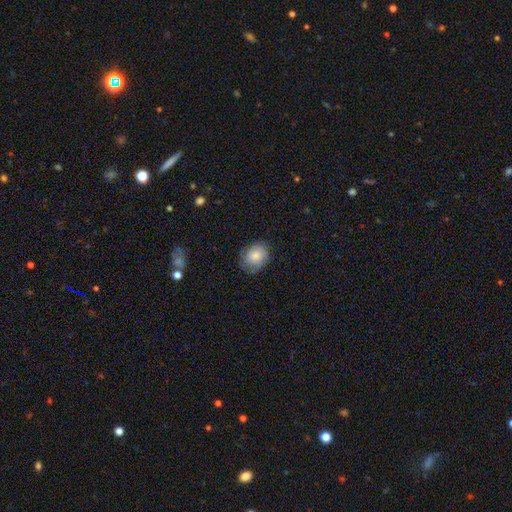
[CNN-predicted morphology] Smooth or featured? smooth (81%)
How rounded? round (55%)
Merging? none (71%)